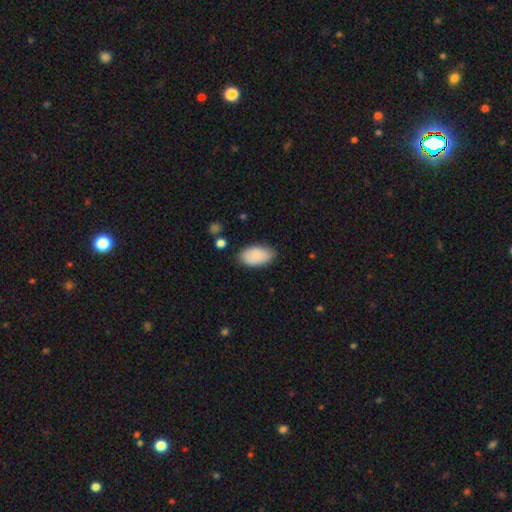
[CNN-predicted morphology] type=smooth (86%); roundness=in between (95%); merging=none (80%).